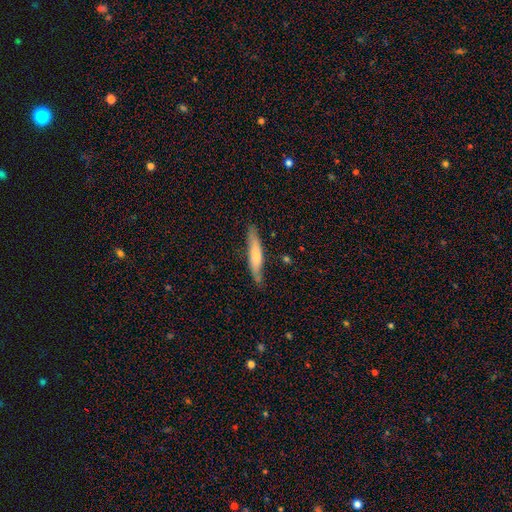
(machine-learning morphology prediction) Smooth or featured? smooth (64%)
How rounded? cigar-shaped (89%)
Merging? none (78%)